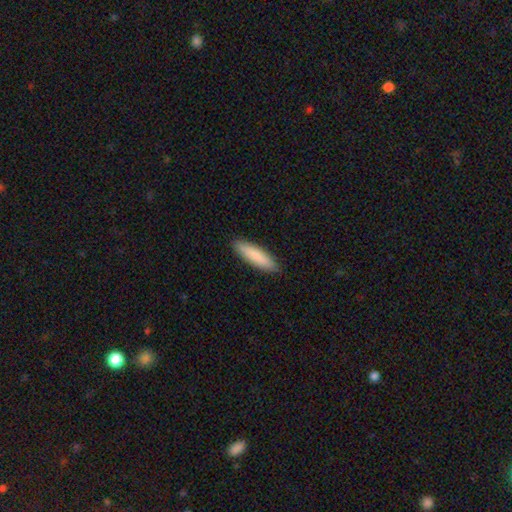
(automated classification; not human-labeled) smooth_or_featured: smooth (p=0.85) [alt: featured or disk p=0.09]
how_rounded: cigar-shaped (p=0.75) [alt: in between p=0.23]
merging: none (p=0.90) [alt: minor disturbance p=0.08]